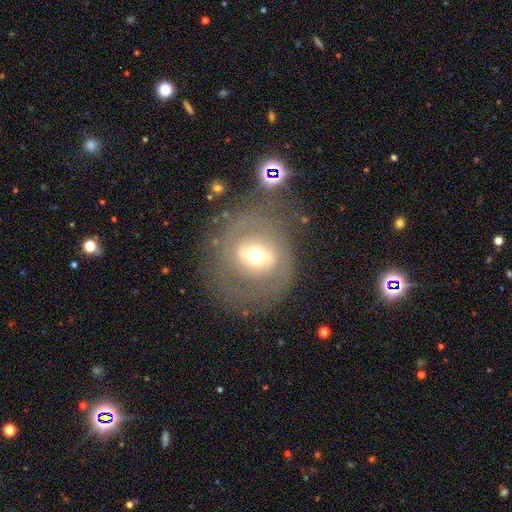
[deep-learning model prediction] A featured or disk galaxy (52%).

Vote fractions:
- Smooth or featured? featured or disk: 52% / smooth: 37% / star or artifact: 11%
- Edge-on disk? no: 92% / yes: 8%
- Merging? none: 72% / minor disturbance: 12% / major disturbance: 11% / merger: 4%